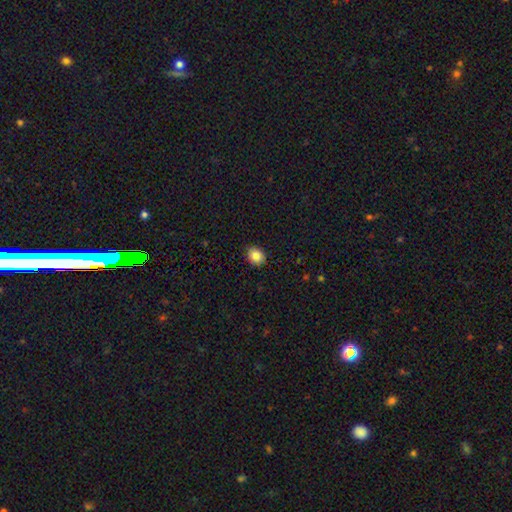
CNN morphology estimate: Smooth or featured? Predicted: smooth (p=0.84). How rounded? Predicted: round (p=0.59). Merging? Predicted: none (p=0.90).